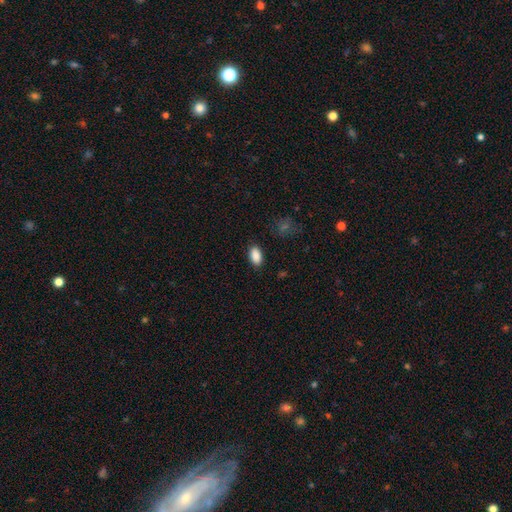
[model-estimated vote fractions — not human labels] This appears to be a smooth galaxy with no disk features (90%) that is in between round and cigar-shaped (93%). Merging: none (87%).